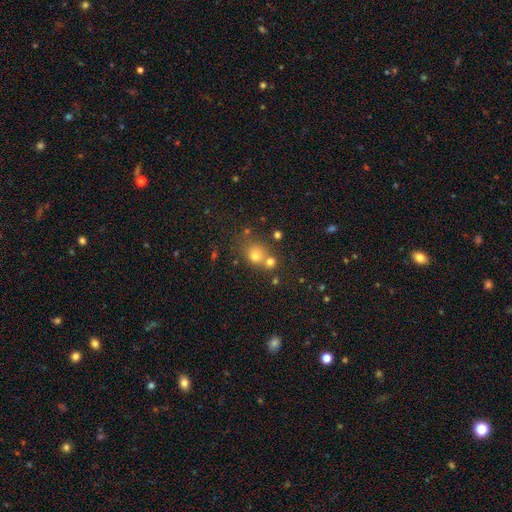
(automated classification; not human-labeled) smooth-or-featured: smooth: 68% | star or artifact: 21% | featured or disk: 11%
  how-rounded: round: 81% | in between: 18% | cigar-shaped: 1%
  merging: none: 54% | merger: 32% | minor disturbance: 9% | major disturbance: 4%